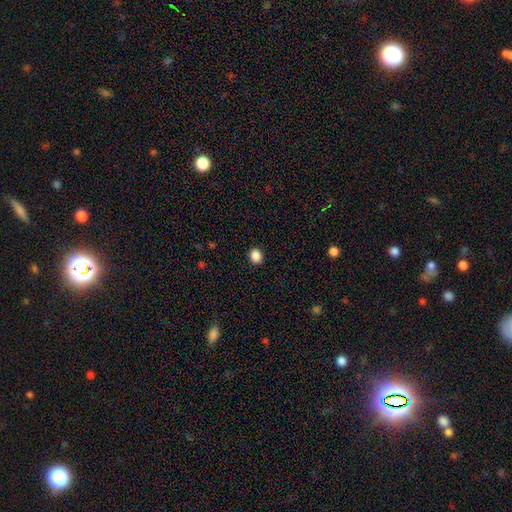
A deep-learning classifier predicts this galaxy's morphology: Smooth or featured: smooth — 88% (star or artifact — 10%)
How rounded: round — 65% (in between — 34%)
Merging: none — 91% (minor disturbance — 6%)